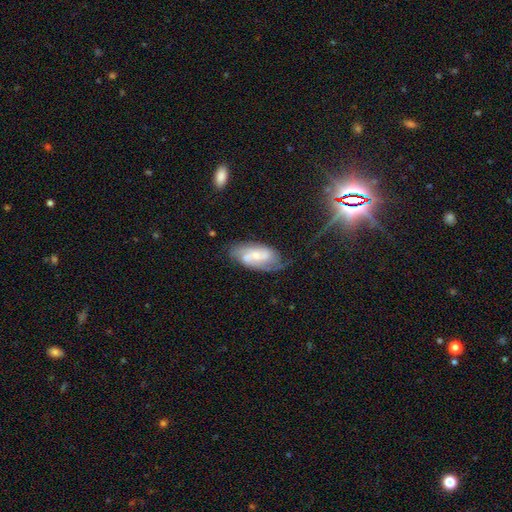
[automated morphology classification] featured or disk 65%, smooth 28%, star or artifact 7%. Down the decision tree: edge-on disk — no (92%); bar — no (45%); spiral arms — yes (86%); spiral arm count — 2 (66%); spiral winding — medium (45%); bulge size — small (57%); merging — none (59%).